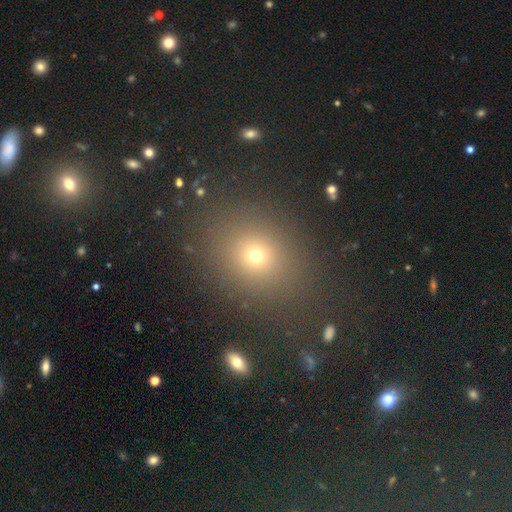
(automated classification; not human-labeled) This is likely a smooth galaxy (64%). How rounded: likely round (69%). Merging: clearly none (86%).